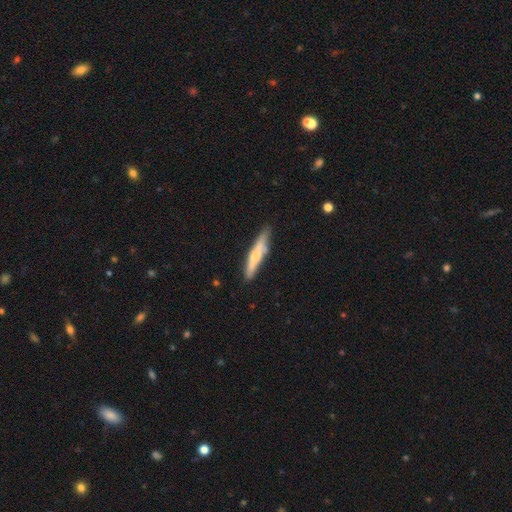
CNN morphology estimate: A smooth galaxy with no disk features (60%) that is cigar-shaped (90%).

Vote fractions:
- Smooth or featured? smooth: 60% / featured or disk: 35% / star or artifact: 6%
- How rounded? cigar-shaped: 90% / in between: 9% / round: 1%
- Merging? none: 65% / minor disturbance: 25% / major disturbance: 5% / merger: 5%